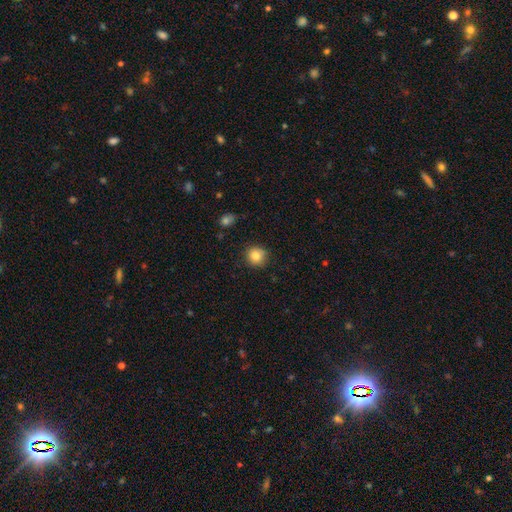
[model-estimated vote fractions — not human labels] This appears to be a smooth galaxy with no disk features (83%) that is round (92%). Merging: none (87%).